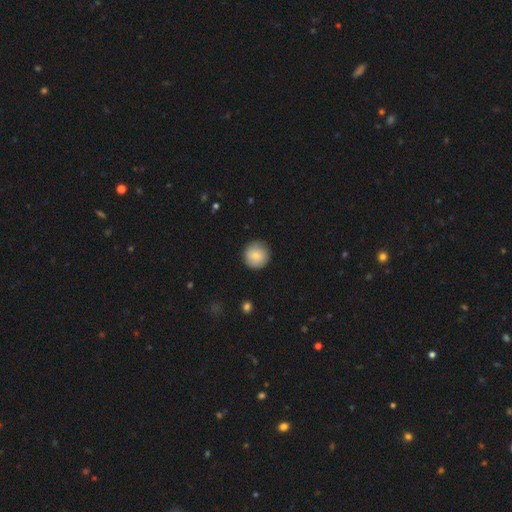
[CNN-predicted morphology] Smooth or featured: smooth — 83% (featured or disk — 9%)
How rounded: round — 95% (in between — 4%)
Merging: none — 90% (minor disturbance — 8%)